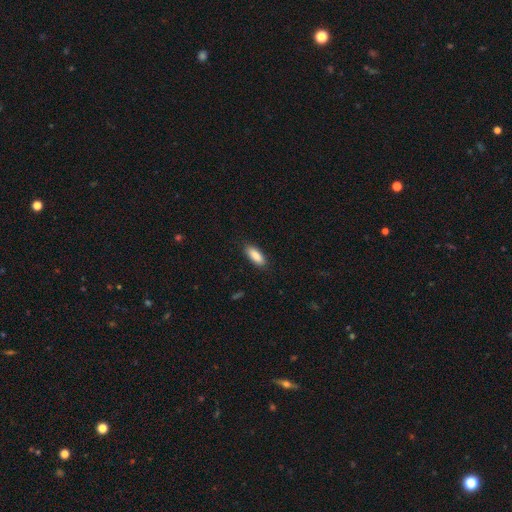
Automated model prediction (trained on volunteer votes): Smooth or featured? Predicted: smooth (p=0.88). How rounded? Predicted: in between (p=0.72). Merging? Predicted: none (p=0.87).